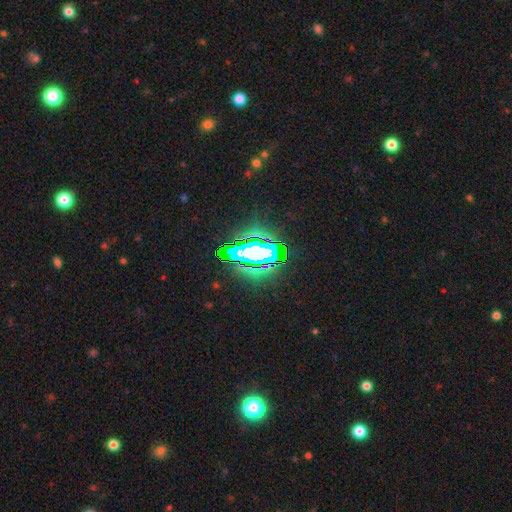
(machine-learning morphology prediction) star or artifact 67%, smooth 17%, featured or disk 16%.